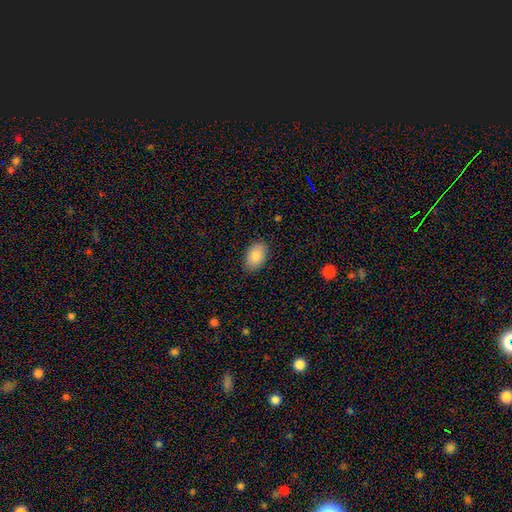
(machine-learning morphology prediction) This is clearly a smooth galaxy (85%). How rounded: clearly in between (91%). Merging: clearly none (85%).